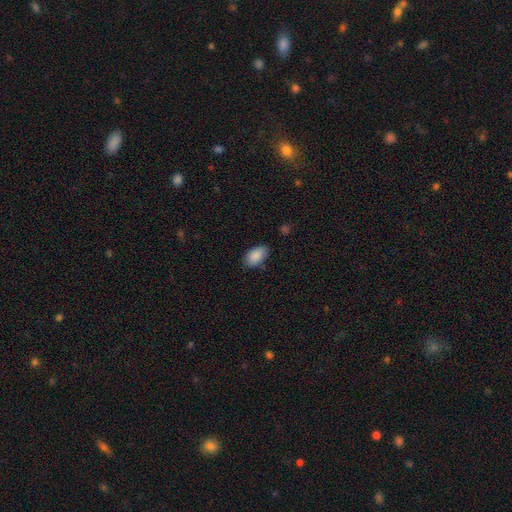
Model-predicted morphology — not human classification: Overall: smooth (88%). How rounded: in between (94%). Merging: none (80%).